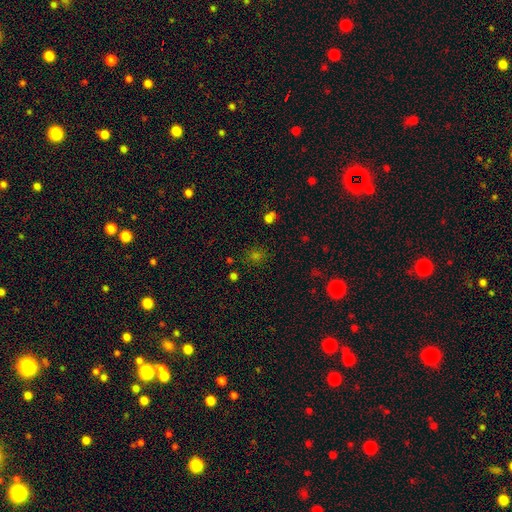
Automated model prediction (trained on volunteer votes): A smooth galaxy with no disk features (52%) that is round (77%).

Vote fractions:
- Smooth or featured? smooth: 52% / star or artifact: 41% / featured or disk: 7%
- How rounded? round: 77% / in between: 21% / cigar-shaped: 1%
- Merging? none: 83% / minor disturbance: 10% / major disturbance: 4% / merger: 3%